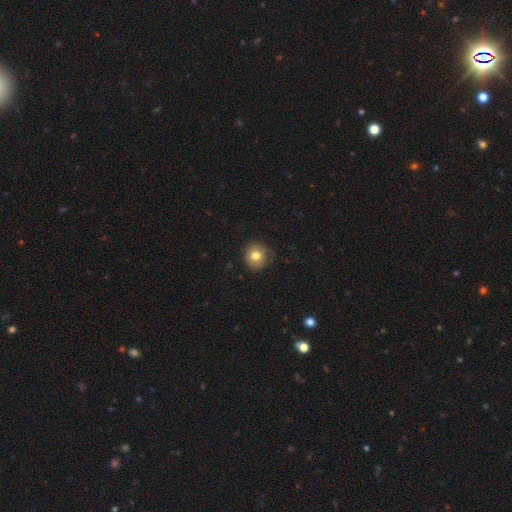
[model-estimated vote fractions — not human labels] Smooth or featured: smooth — 78% (featured or disk — 12%)
How rounded: round — 89% (in between — 10%)
Merging: none — 80% (minor disturbance — 15%)